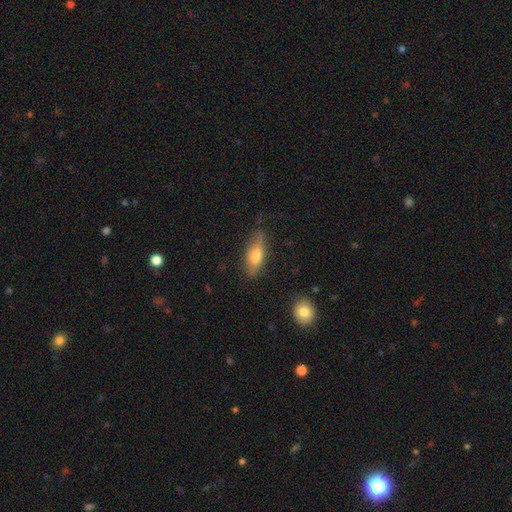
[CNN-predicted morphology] Q: Smooth or featured?
A: smooth (68%); runner-up: featured or disk (25%)
Q: How rounded?
A: in between (67%); runner-up: cigar-shaped (30%)
Q: Merging?
A: none (74%); runner-up: minor disturbance (20%)